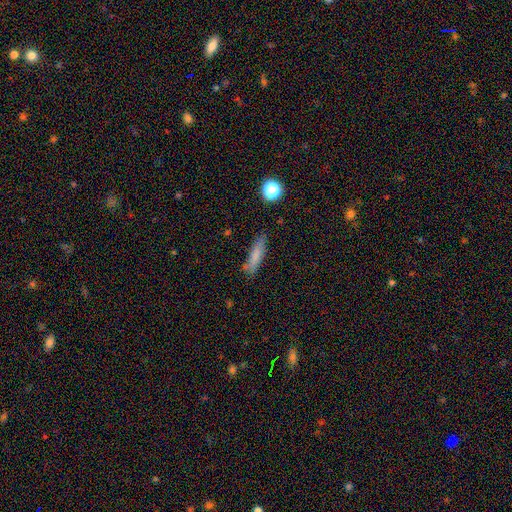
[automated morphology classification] This appears to be a smooth galaxy with no disk features (77%) that is cigar-shaped (78%). Merging: none (79%).